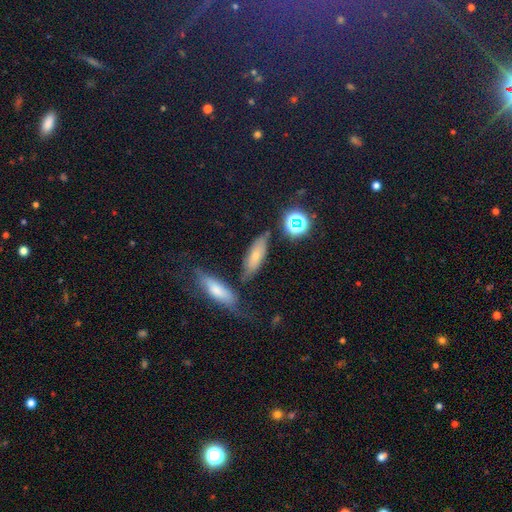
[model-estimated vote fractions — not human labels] Overall: smooth (62%; featured or disk 23%). How rounded: in between (59%; cigar-shaped 35%). Merging: none (69%).